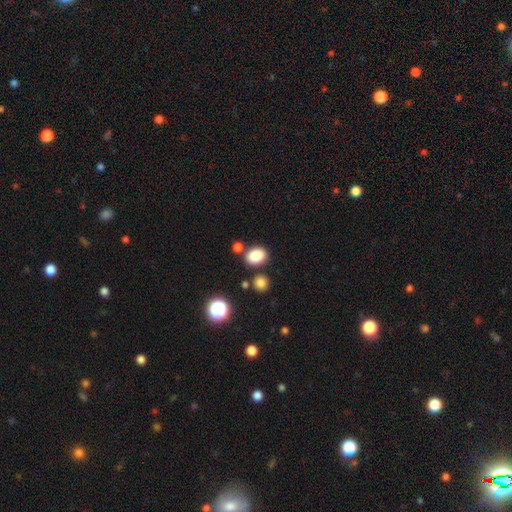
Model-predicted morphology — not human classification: Smooth or featured? smooth (85%)
How rounded? in between (68%)
Merging? none (73%)